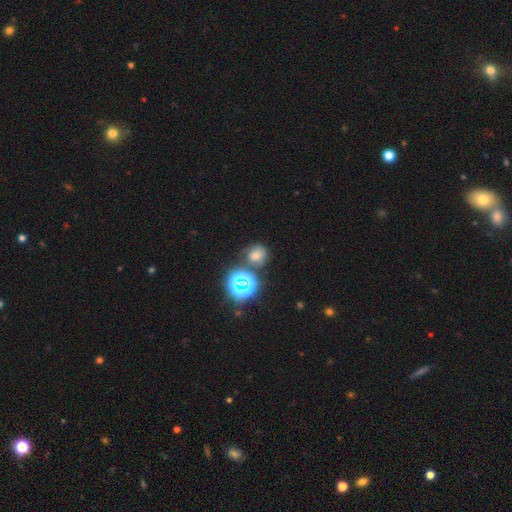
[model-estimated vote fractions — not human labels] Smooth or featured?
  - smooth: 52% *
  - star or artifact: 35%
  - featured or disk: 13%
How rounded?
  - round: 77% *
  - in between: 22%
  - cigar-shaped: 1%
Merging?
  - none: 69% *
  - minor disturbance: 14%
  - merger: 11%
  - major disturbance: 6%